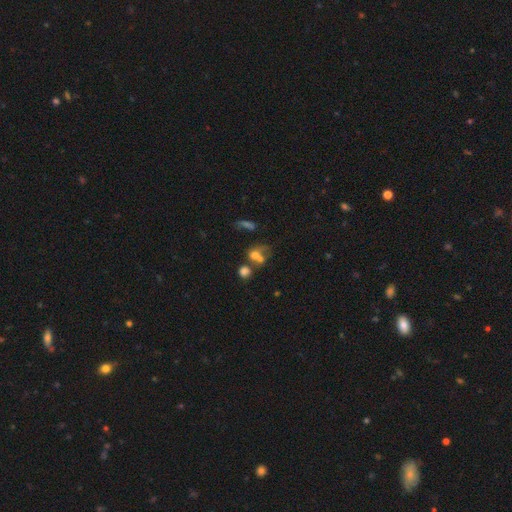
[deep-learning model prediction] This appears to be a smooth galaxy with no disk features (61%) that is round (63%). Merging: merger (50%).